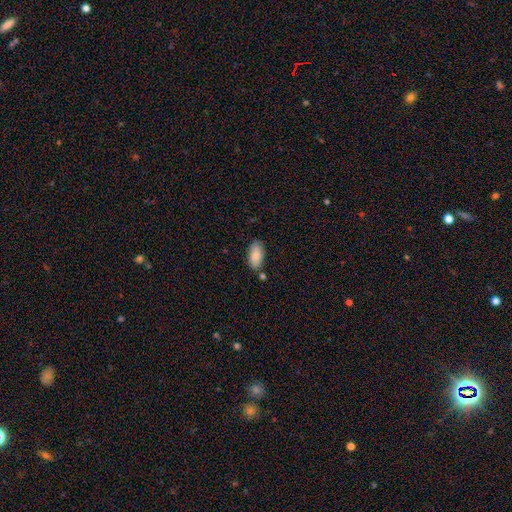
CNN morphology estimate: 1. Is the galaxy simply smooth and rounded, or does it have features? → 86% smooth, 7% featured or disk, 6% star or artifact.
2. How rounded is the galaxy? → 91% in between, 7% cigar-shaped, 2% round.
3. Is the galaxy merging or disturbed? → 78% none, 14% minor disturbance, 6% merger, 3% major disturbance.